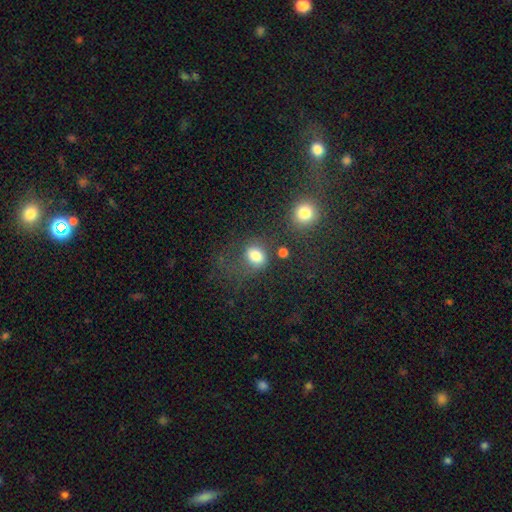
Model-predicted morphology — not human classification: This is likely a smooth galaxy (79%). How rounded: possibly in between (51%). Merging: possibly none (48%).